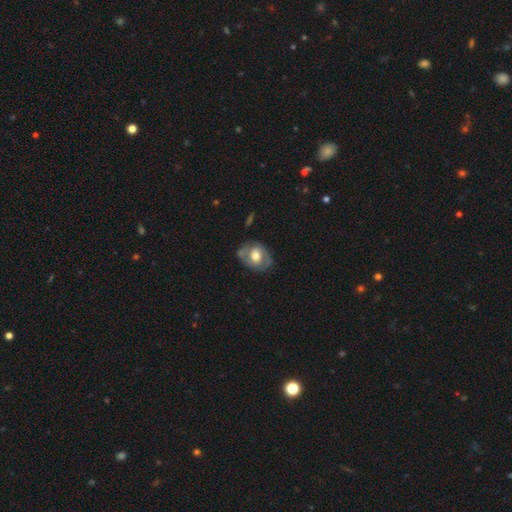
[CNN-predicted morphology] Smooth or featured? featured or disk (55%)
Edge-on disk? no (95%)
Bar? no (58%)
Spiral arms? yes (56%)
Bulge size? moderate (58%)
Merging? none (63%)